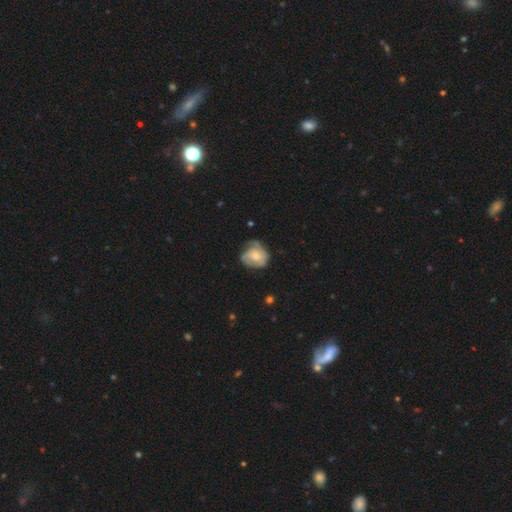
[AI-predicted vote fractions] smooth_or_featured: featured or disk (p=0.53) [alt: smooth p=0.40]
disk_edge_on: no (p=0.97) [alt: yes p=0.03]
bar: no (p=0.77) [alt: weak p=0.20]
has_spiral_arms: yes (p=0.74) [alt: no p=0.26]
bulge_size: small (p=0.47) [alt: moderate p=0.44]
merging: none (p=0.48) [alt: minor disturbance p=0.31]